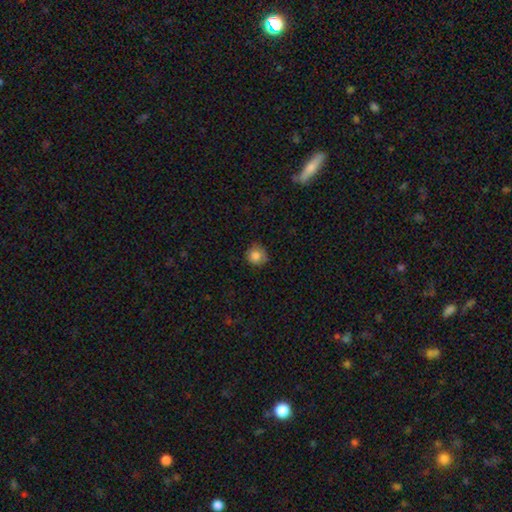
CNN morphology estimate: Smooth or featured? smooth (82%)
How rounded? round (89%)
Merging? none (75%)